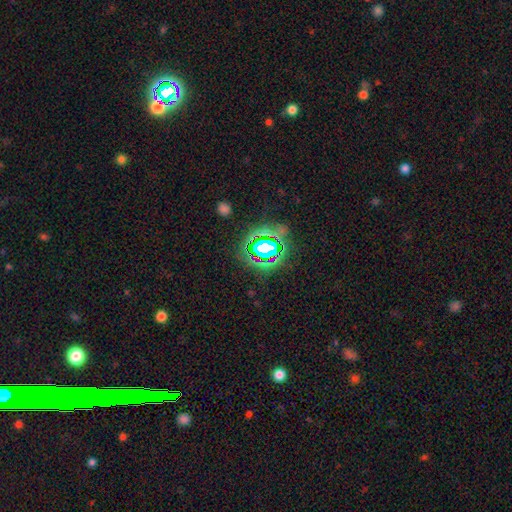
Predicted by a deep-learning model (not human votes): Smooth or featured? star or artifact (73%)